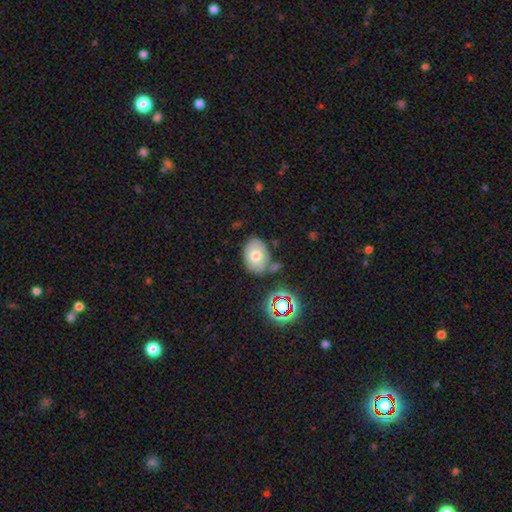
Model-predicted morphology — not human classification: This appears to be a smooth galaxy with no disk features (69%) that is in between round and cigar-shaped (76%). Merging: none (68%).